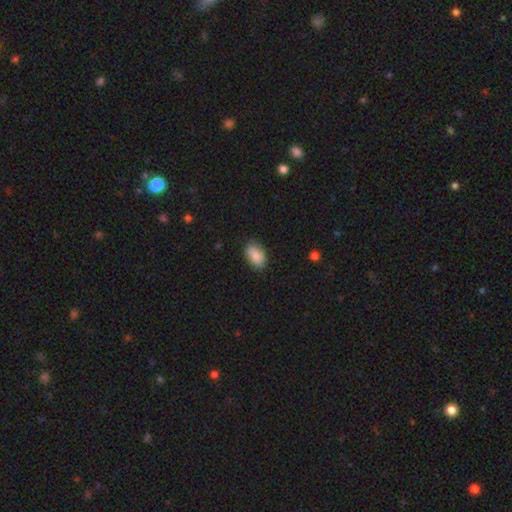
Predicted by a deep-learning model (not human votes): Smooth or featured? Predicted: smooth (p=0.86). How rounded? Predicted: in between (p=0.90). Merging? Predicted: none (p=0.80).